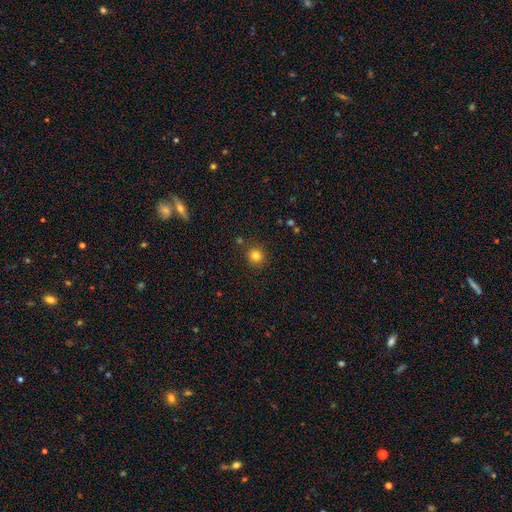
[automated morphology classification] A smooth galaxy with no disk features (81%) that is round (91%).

Vote fractions:
- Smooth or featured? smooth: 81% / star or artifact: 13% / featured or disk: 6%
- How rounded? round: 91% / in between: 8% / cigar-shaped: 1%
- Merging? none: 88% / minor disturbance: 7% / merger: 3% / major disturbance: 2%